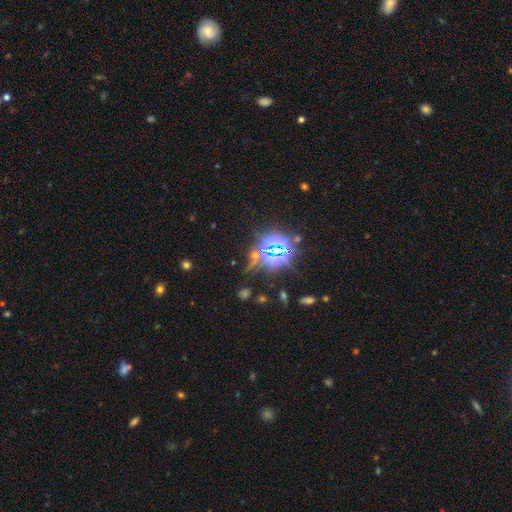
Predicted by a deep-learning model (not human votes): This is likely a star or artifact rather than a galaxy (73%).